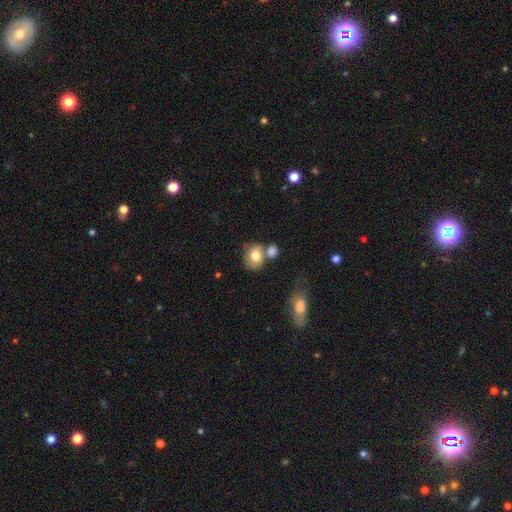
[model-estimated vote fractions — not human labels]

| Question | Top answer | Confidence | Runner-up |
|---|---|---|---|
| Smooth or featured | smooth | 78% | featured or disk (14%) |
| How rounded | round | 57% | in between (42%) |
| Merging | none | 47% | merger (33%) |